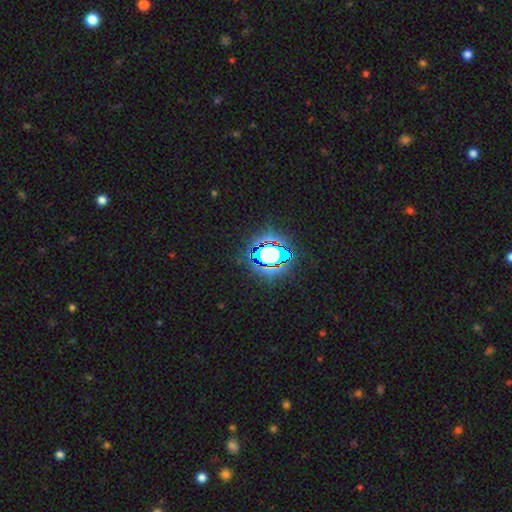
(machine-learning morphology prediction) type=star or artifact (82%).